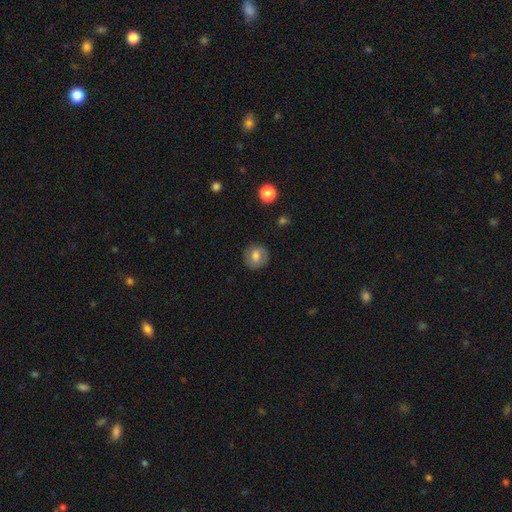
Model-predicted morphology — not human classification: Smooth or featured: smooth — 66% (featured or disk — 26%)
How rounded: round — 79% (in between — 20%)
Merging: none — 83% (minor disturbance — 12%)